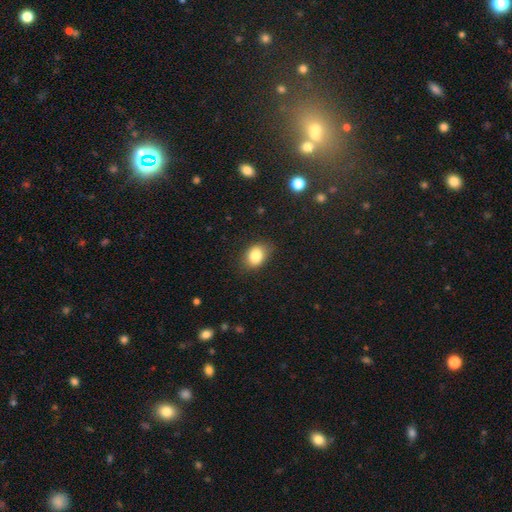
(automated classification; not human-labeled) Overall: smooth (84%). How rounded: in between (67%; round 31%). Merging: none (79%).